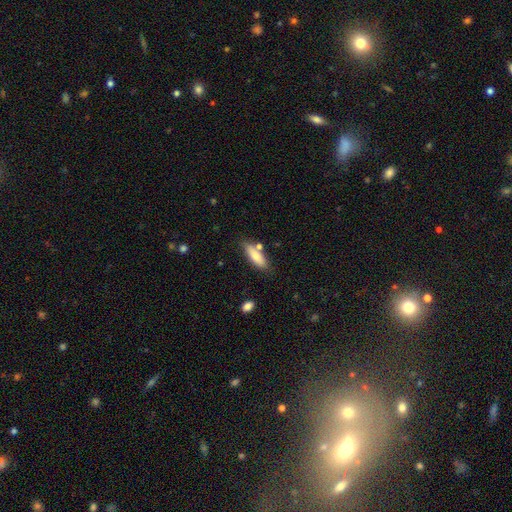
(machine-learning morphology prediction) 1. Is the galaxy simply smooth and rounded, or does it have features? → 74% smooth, 20% featured or disk, 6% star or artifact.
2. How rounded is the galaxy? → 51% in between, 46% cigar-shaped, 2% round.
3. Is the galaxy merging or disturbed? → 73% none, 14% minor disturbance, 10% merger, 3% major disturbance.